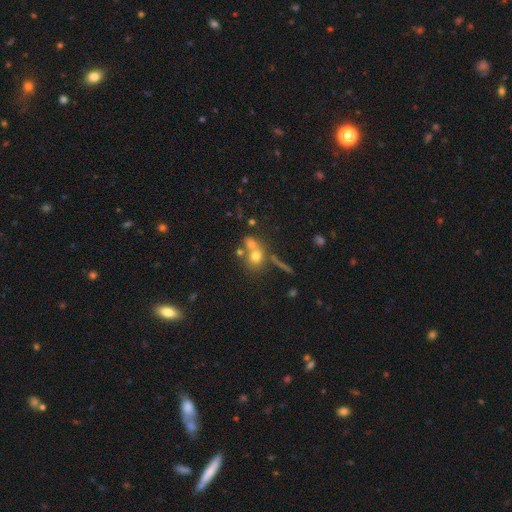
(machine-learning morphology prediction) smooth_or_featured: smooth (p=0.65) [alt: featured or disk p=0.20]
how_rounded: round (p=0.75) [alt: in between p=0.23]
merging: merger (p=0.45) [alt: none p=0.41]